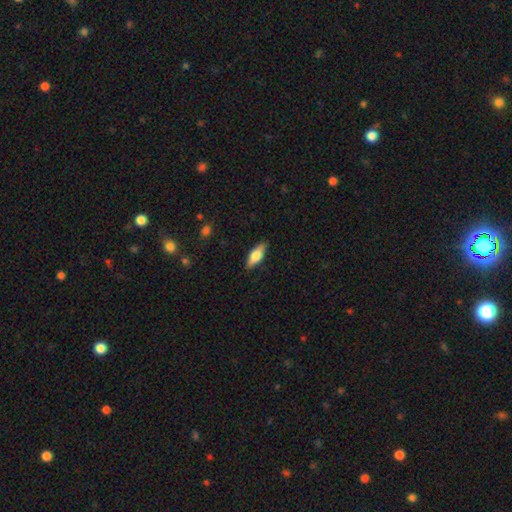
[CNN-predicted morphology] Smooth or featured? Predicted: smooth (p=0.64). How rounded? Predicted: in between (p=0.67). Merging? Predicted: none (p=0.87).